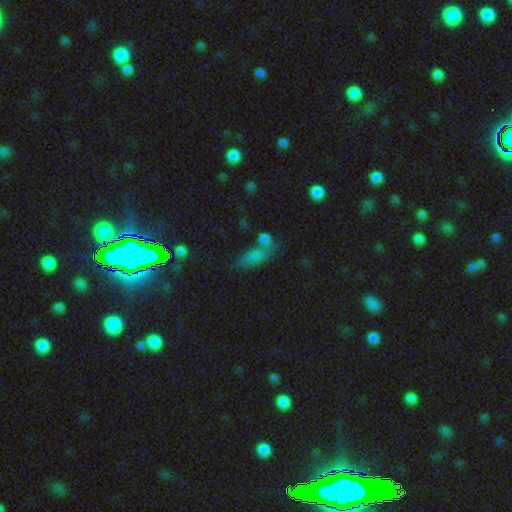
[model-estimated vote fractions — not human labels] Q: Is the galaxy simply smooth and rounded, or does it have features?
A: smooth — 72%.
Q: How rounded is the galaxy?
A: in between — 72%.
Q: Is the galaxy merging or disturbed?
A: none — 51%.